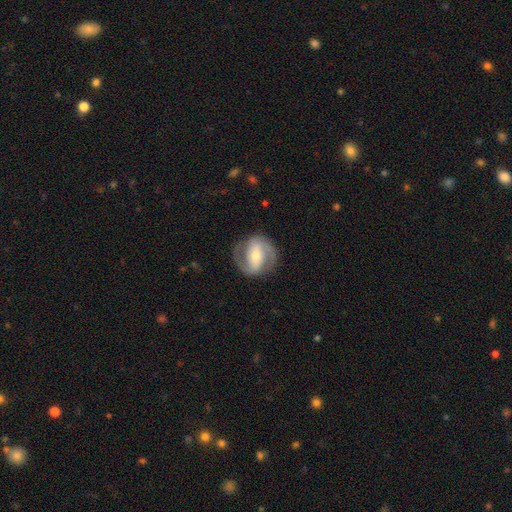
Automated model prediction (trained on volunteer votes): Q: Smooth or featured?
A: featured or disk (81%); runner-up: smooth (14%)
Q: Edge-on disk?
A: no (97%); runner-up: yes (3%)
Q: Bar?
A: strong (47%); runner-up: weak (34%)
Q: Spiral arms?
A: yes (90%); runner-up: no (10%)
Q: Spiral winding?
A: medium (47%); runner-up: tight (36%)
Q: Spiral arm count?
A: 2 (89%); runner-up: can't tell (5%)
Q: Bulge size?
A: moderate (58%); runner-up: small (36%)
Q: Merging?
A: none (82%); runner-up: minor disturbance (11%)